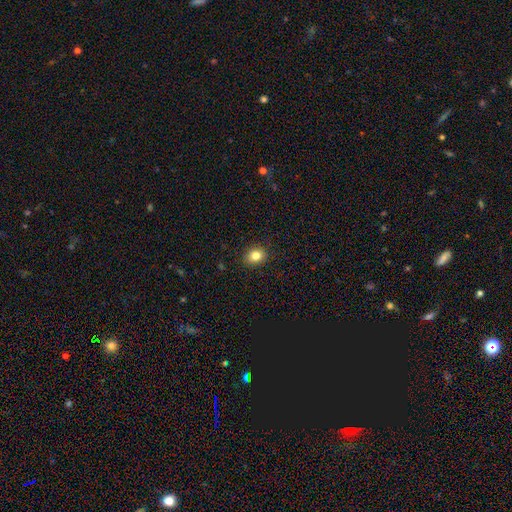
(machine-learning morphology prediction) Smooth or featured? smooth (82%)
How rounded? round (52%)
Merging? none (89%)